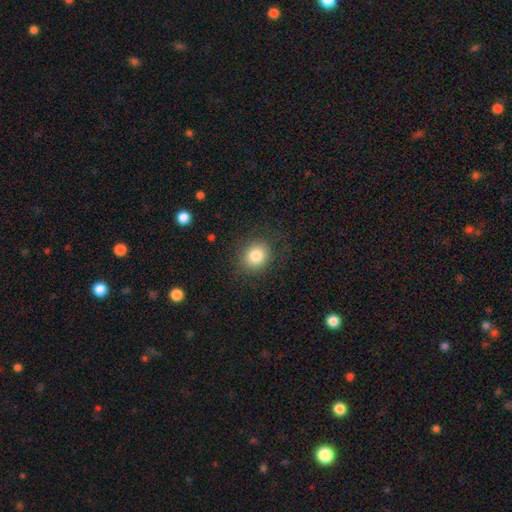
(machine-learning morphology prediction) Smooth or featured? smooth (82%)
How rounded? round (75%)
Merging? none (83%)